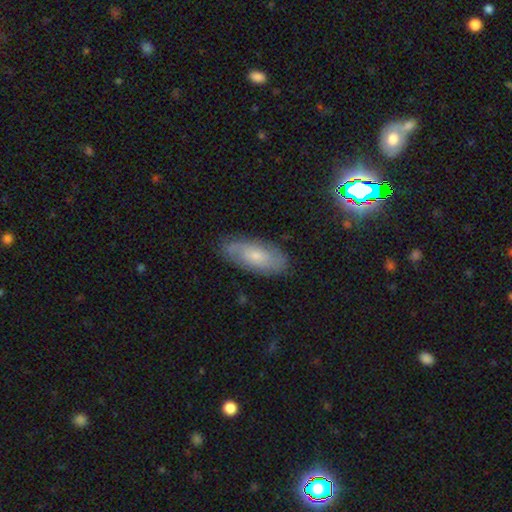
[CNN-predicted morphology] Smooth or featured?
  - smooth: 49% *
  - featured or disk: 43%
  - star or artifact: 8%
Merging?
  - none: 77% *
  - minor disturbance: 18%
  - major disturbance: 4%
  - merger: 1%